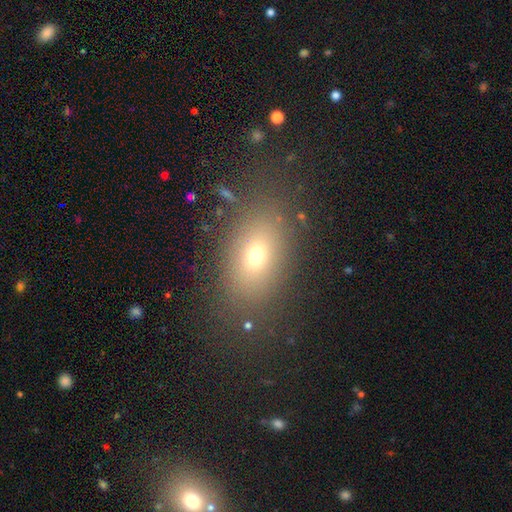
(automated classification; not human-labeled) Q: Smooth or featured?
A: smooth (67%); runner-up: star or artifact (17%)
Q: How rounded?
A: in between (80%); runner-up: round (16%)
Q: Merging?
A: none (81%); runner-up: minor disturbance (11%)